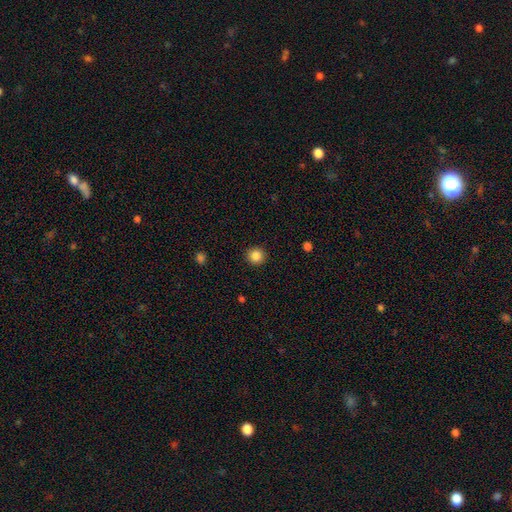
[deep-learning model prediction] Smooth or featured? Predicted: smooth (p=0.85). How rounded? Predicted: round (p=0.94). Merging? Predicted: none (p=0.92).